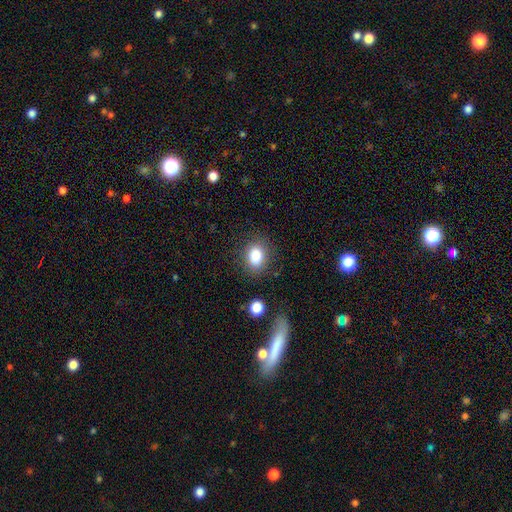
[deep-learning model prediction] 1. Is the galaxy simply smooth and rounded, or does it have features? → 84% smooth, 10% star or artifact, 6% featured or disk.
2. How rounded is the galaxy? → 66% in between, 33% round, 1% cigar-shaped.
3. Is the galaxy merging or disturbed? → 80% none, 13% minor disturbance, 4% major disturbance, 3% merger.